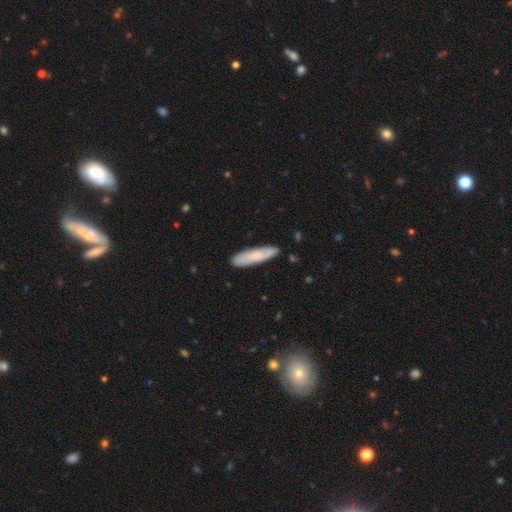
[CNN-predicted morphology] Smooth or featured? smooth (73%)
How rounded? cigar-shaped (73%)
Merging? none (84%)